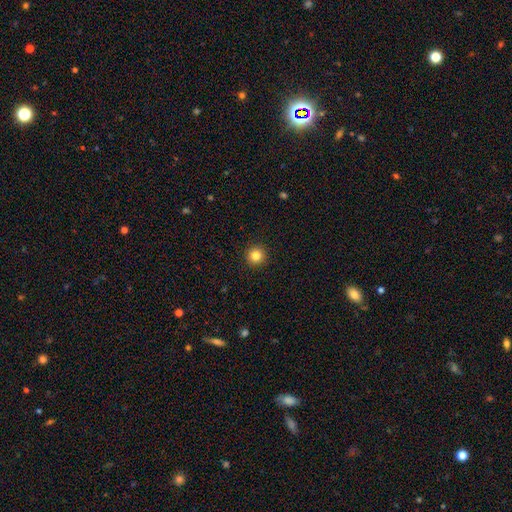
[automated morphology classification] smooth-or-featured: smooth: 83% | star or artifact: 11% | featured or disk: 6%
  how-rounded: round: 95% | in between: 4% | cigar-shaped: 1%
  merging: none: 93% | minor disturbance: 4% | major disturbance: 2% | merger: 1%